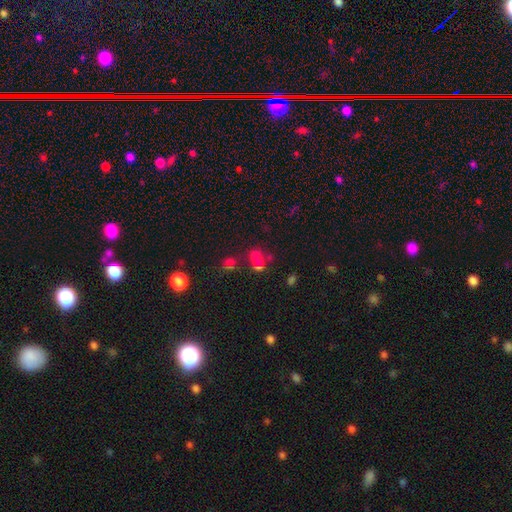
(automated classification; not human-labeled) A smooth galaxy with no disk features (46%). Merging: merger (45%).